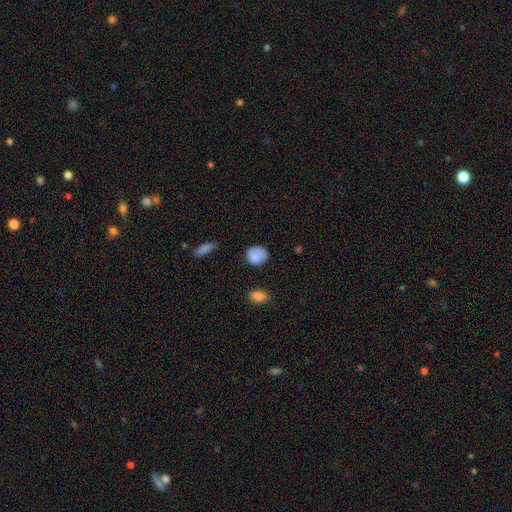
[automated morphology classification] smooth_or_featured: smooth (p=0.81) [alt: featured or disk p=0.10]
how_rounded: round (p=0.74) [alt: in between p=0.24]
merging: none (p=0.68) [alt: minor disturbance p=0.24]